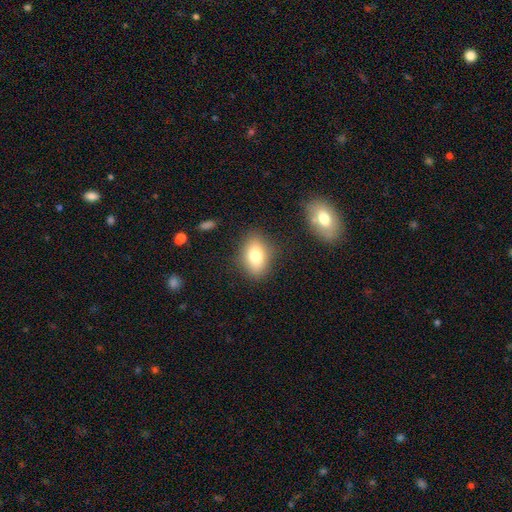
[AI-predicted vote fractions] A smooth galaxy with no disk features (78%) that is in between round and cigar-shaped (83%).

Vote fractions:
- Smooth or featured? smooth: 78% / featured or disk: 13% / star or artifact: 9%
- How rounded? in between: 83% / round: 14% / cigar-shaped: 2%
- Merging? none: 83% / minor disturbance: 11% / major disturbance: 4% / merger: 2%